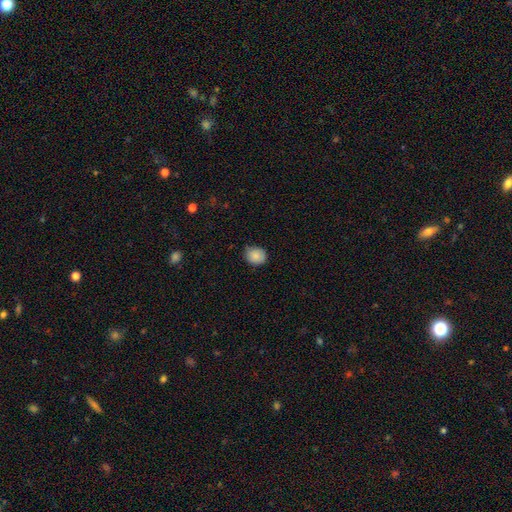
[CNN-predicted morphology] This is clearly a smooth galaxy (86%). How rounded: likely round (65%). Merging: likely none (77%).